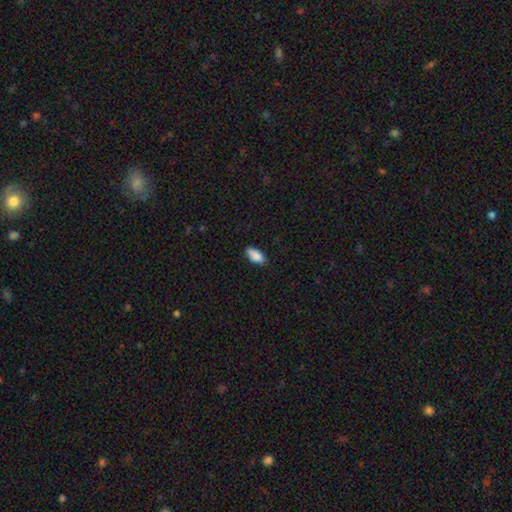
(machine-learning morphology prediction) Smooth or featured? smooth (88%)
How rounded? in between (89%)
Merging? none (80%)